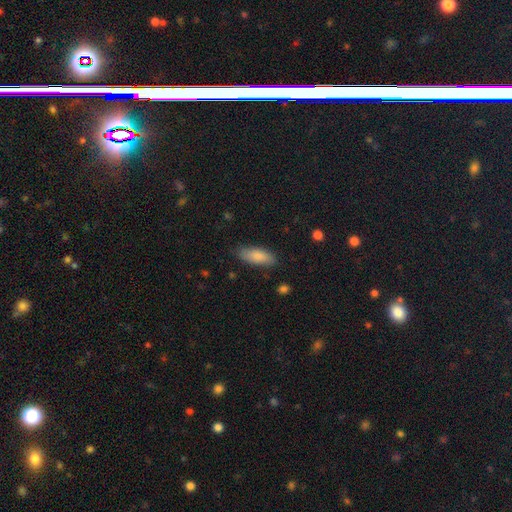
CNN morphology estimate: Smooth or featured? smooth (84%)
How rounded? in between (72%)
Merging? none (83%)